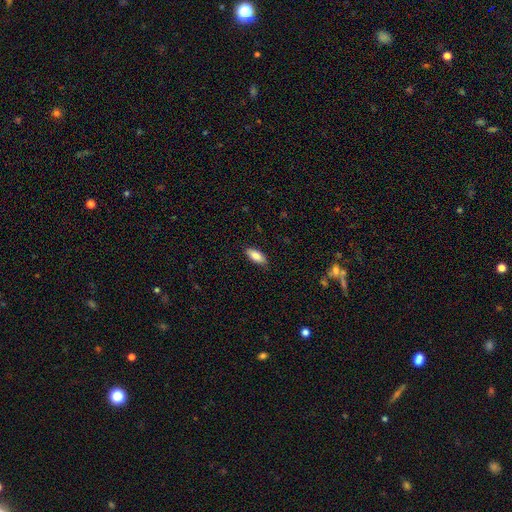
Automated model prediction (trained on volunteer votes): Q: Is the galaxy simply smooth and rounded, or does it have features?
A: smooth — 84%.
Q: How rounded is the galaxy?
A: in between — 82%.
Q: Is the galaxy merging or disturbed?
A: none — 84%.